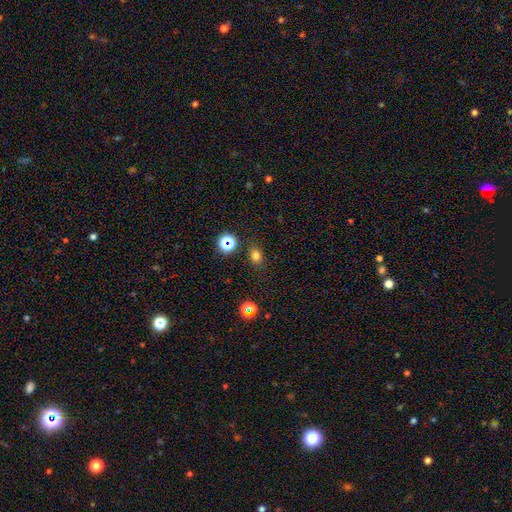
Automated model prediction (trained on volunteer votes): This appears to be a smooth galaxy with no disk features (74%) that is round (54%). Merging: none (83%).